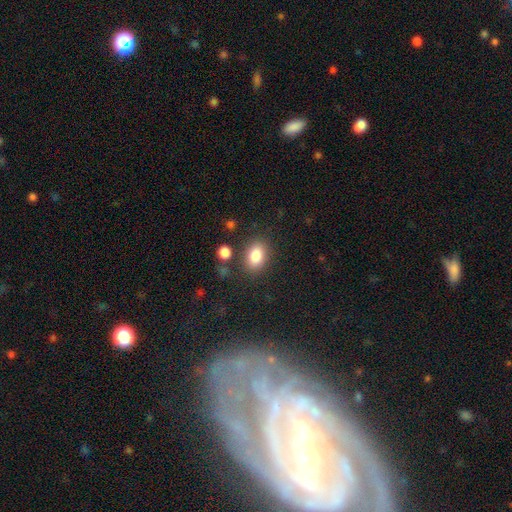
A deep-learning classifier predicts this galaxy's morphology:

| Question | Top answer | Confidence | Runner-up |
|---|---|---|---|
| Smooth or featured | smooth | 84% | star or artifact (9%) |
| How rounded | in between | 79% | round (20%) |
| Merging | none | 81% | minor disturbance (11%) |